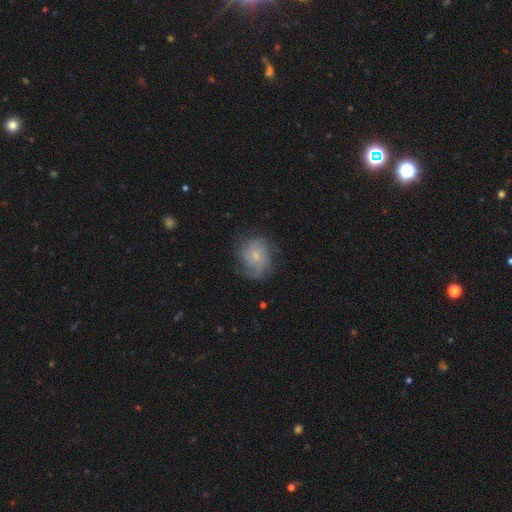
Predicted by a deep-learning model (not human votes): smooth_or_featured: featured or disk (p=0.58) [alt: smooth p=0.33]
disk_edge_on: no (p=0.98) [alt: yes p=0.02]
bar: no (p=0.82) [alt: weak p=0.16]
has_spiral_arms: yes (p=0.84) [alt: no p=0.16]
bulge_size: small (p=0.75) [alt: moderate p=0.19]
merging: none (p=0.61) [alt: minor disturbance p=0.23]